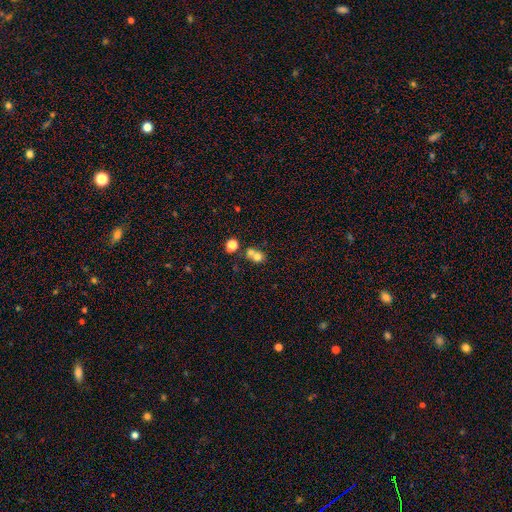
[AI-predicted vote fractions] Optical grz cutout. It shows a smooth galaxy with no disk features (71%) that is round (69%). Merging: merger (58%).